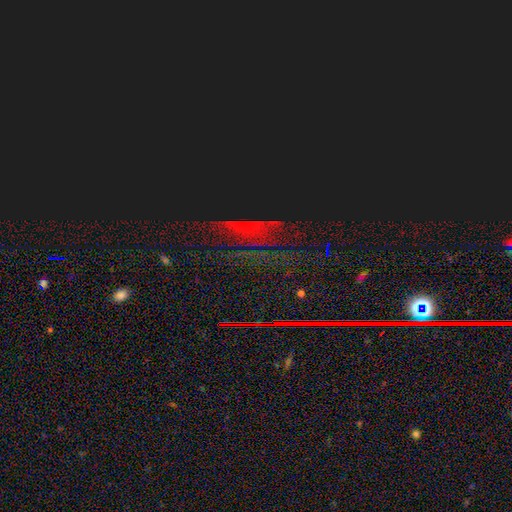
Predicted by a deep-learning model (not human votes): Smooth or featured? Predicted: star or artifact (p=0.81).